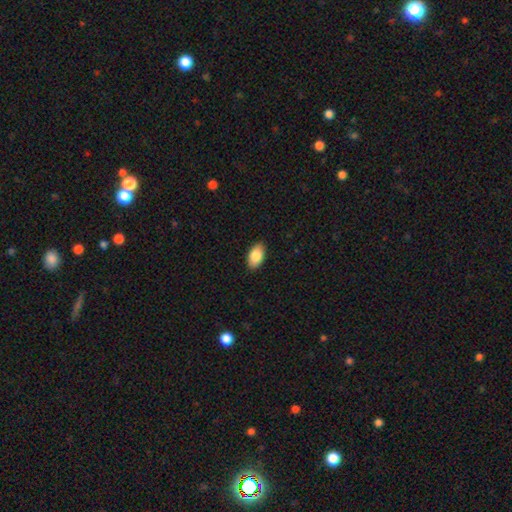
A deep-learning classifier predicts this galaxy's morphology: This is clearly a smooth galaxy (86%). How rounded: clearly in between (94%). Merging: clearly none (87%).